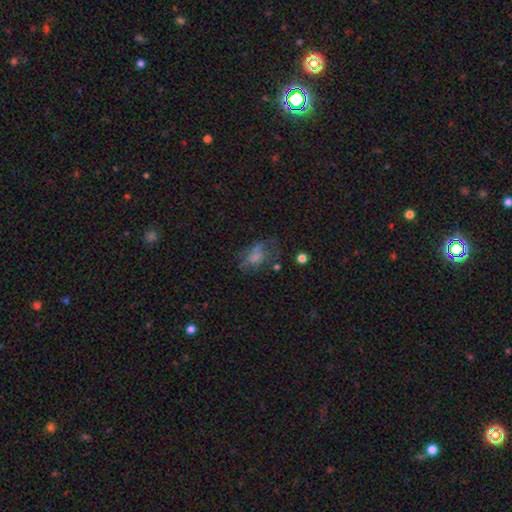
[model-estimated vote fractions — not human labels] smooth_or_featured: smooth (p=0.57) [alt: featured or disk p=0.27]
how_rounded: in between (p=0.82) [alt: round p=0.15]
merging: major disturbance (p=0.35) [tied with: none p=0.35]